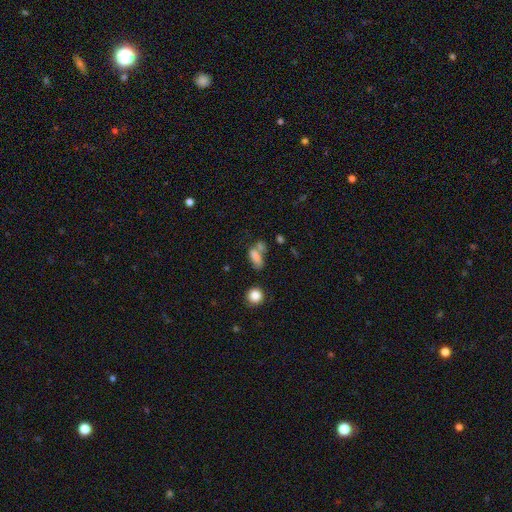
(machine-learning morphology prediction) A smooth galaxy with no disk features (74%) that is in between round and cigar-shaped (75%).

Vote fractions:
- Smooth or featured? smooth: 74% / featured or disk: 14% / star or artifact: 13%
- How rounded? in between: 75% / cigar-shaped: 14% / round: 10%
- Merging? merger: 41% / none: 31% / minor disturbance: 15% / major disturbance: 12%